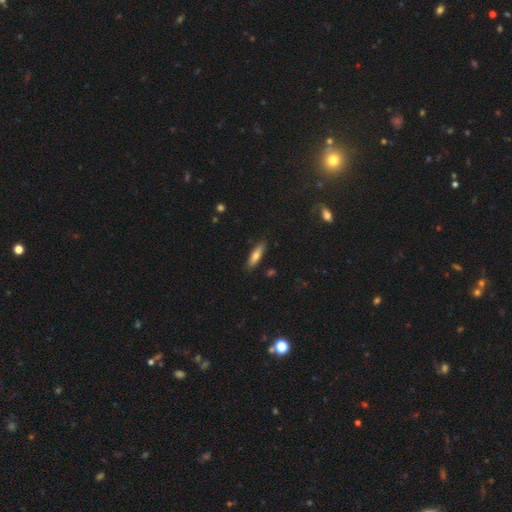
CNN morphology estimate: Q: Smooth or featured?
A: smooth (69%); runner-up: featured or disk (24%)
Q: How rounded?
A: cigar-shaped (66%); runner-up: in between (32%)
Q: Merging?
A: none (86%); runner-up: minor disturbance (10%)